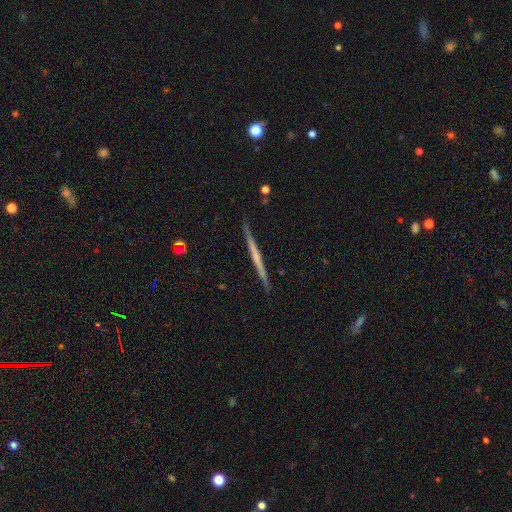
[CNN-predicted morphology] Smooth or featured? Predicted: featured or disk (p=0.63). Edge-on disk? Predicted: yes (p=0.98). Edge-on bulge? Predicted: none (p=0.78). Merging? Predicted: none (p=0.88).